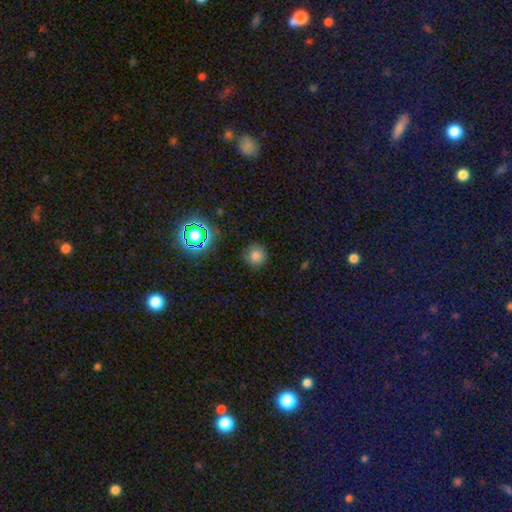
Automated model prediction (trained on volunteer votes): Smooth or featured: smooth — 76% (star or artifact — 18%)
How rounded: round — 93% (in between — 6%)
Merging: none — 86% (minor disturbance — 10%)